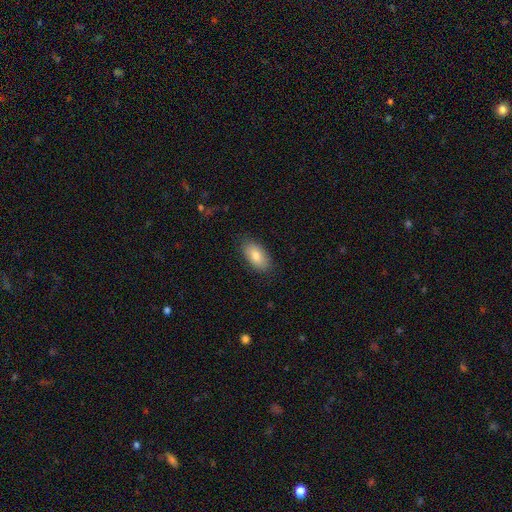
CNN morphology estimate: A smooth galaxy with no disk features (79%) that is in between round and cigar-shaped (92%). Merging: none (84%).